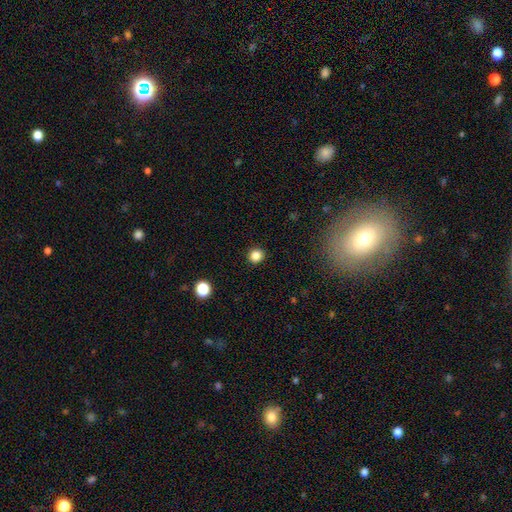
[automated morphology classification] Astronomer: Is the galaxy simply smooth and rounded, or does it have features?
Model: smooth — 84%.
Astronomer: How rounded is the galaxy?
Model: round — 91%.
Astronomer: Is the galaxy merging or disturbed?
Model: none — 92%.